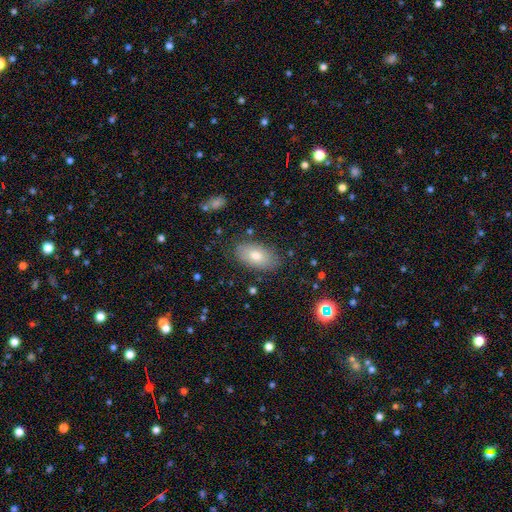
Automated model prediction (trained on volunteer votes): A smooth galaxy with no disk features (74%) that is in between round and cigar-shaped (93%).

Vote fractions:
- Smooth or featured? smooth: 74% / featured or disk: 17% / star or artifact: 9%
- How rounded? in between: 93% / round: 5% / cigar-shaped: 3%
- Merging? none: 83% / minor disturbance: 12% / major disturbance: 3% / merger: 2%